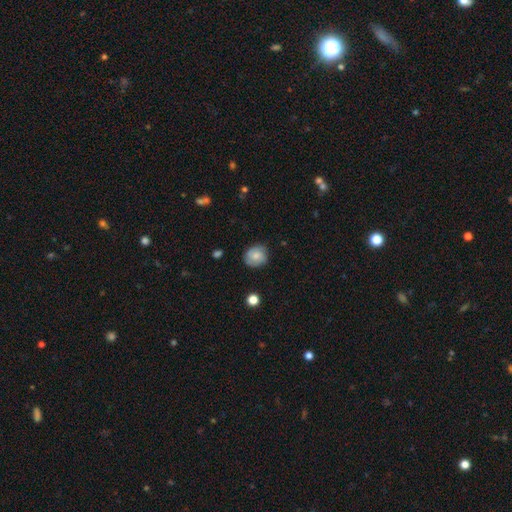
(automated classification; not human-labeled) smooth-or-featured: smooth: 73% | featured or disk: 19% | star or artifact: 8%
  how-rounded: round: 77% | in between: 22% | cigar-shaped: 1%
  merging: none: 79% | minor disturbance: 17% | major disturbance: 3% | merger: 1%